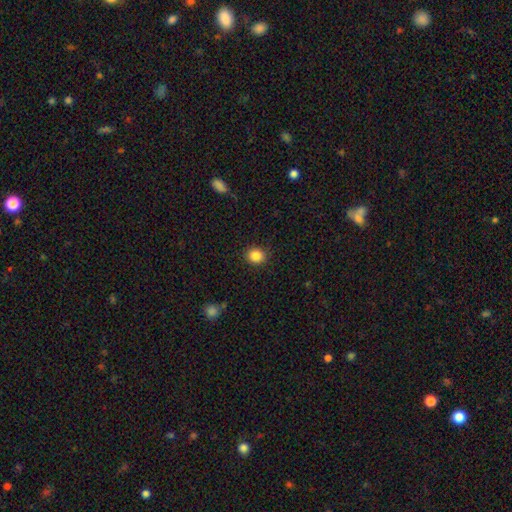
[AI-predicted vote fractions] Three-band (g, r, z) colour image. It shows a smooth galaxy with no disk features (86%) that is round (76%). Merging: none (90%).